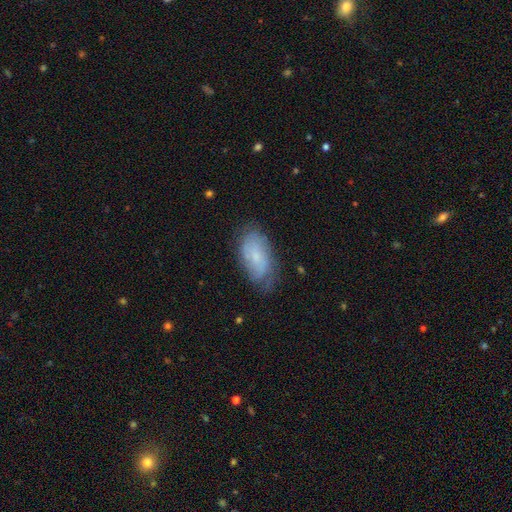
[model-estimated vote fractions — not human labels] Q: Smooth or featured?
A: smooth (46%); runner-up: featured or disk (45%)
Q: Merging?
A: none (69%); runner-up: minor disturbance (23%)